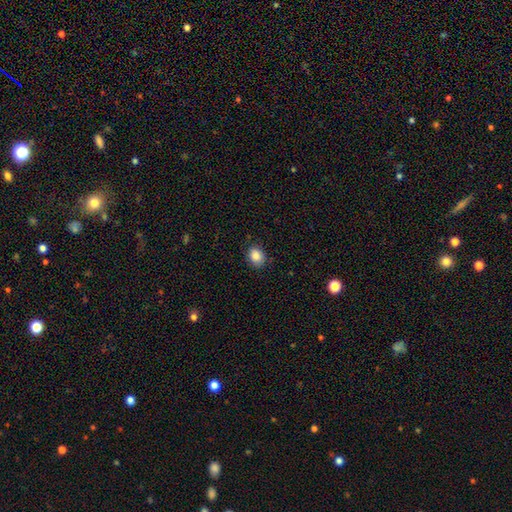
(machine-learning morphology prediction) smooth_or_featured: smooth (p=0.86) [alt: star or artifact p=0.09]
how_rounded: in between (p=0.50) [alt: round p=0.49]
merging: none (p=0.82) [alt: minor disturbance p=0.14]